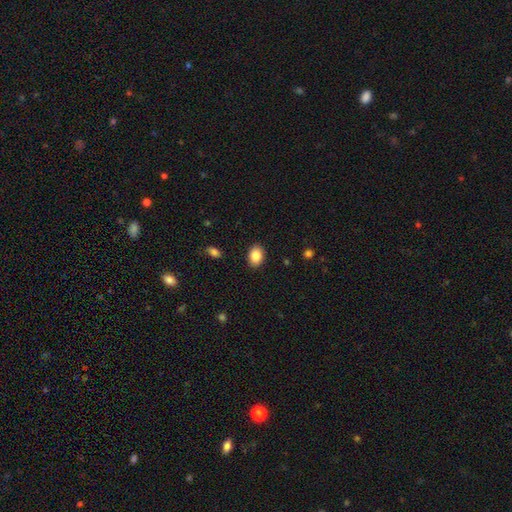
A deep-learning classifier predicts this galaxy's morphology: Smooth or featured? Predicted: smooth (p=0.86). How rounded? Predicted: in between (p=0.76). Merging? Predicted: none (p=0.89).